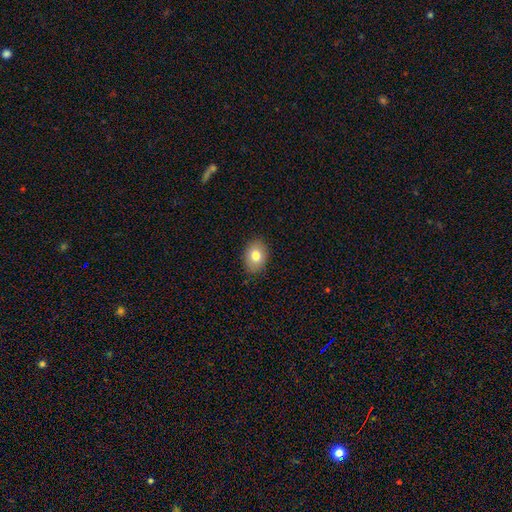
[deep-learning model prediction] A smooth galaxy with no disk features (80%) that is in between round and cigar-shaped (71%). Merging: none (88%).